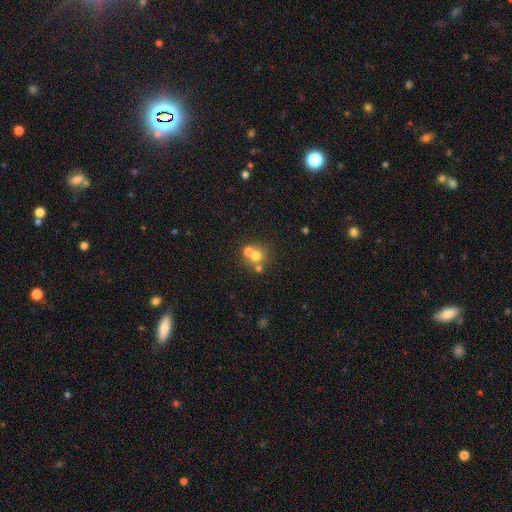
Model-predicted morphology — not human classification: smooth_or_featured: smooth (p=0.64) [alt: featured or disk p=0.19]
how_rounded: round (p=0.87) [alt: in between p=0.12]
merging: merger (p=0.47) [alt: none p=0.44]